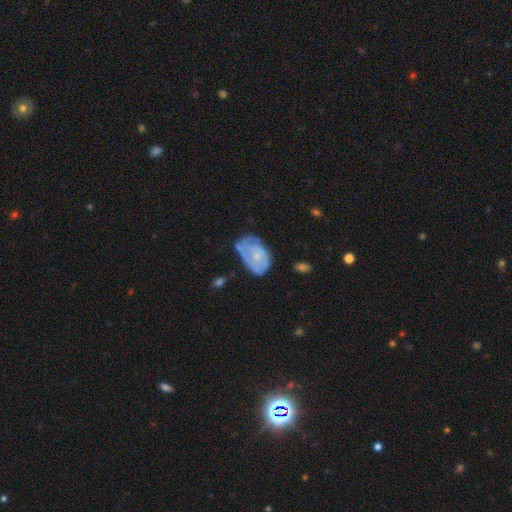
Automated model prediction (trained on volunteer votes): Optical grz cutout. It shows a featured or disk galaxy (62%) with no bar (69%), spiral arms (71%) and a small central bulge (64%). Merging: none (40%).